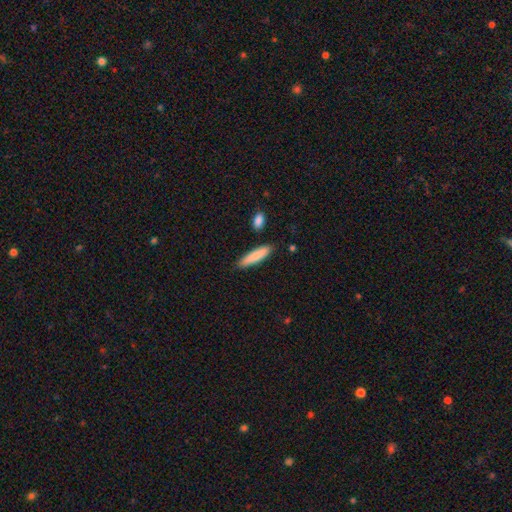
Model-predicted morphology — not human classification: Smooth or featured? smooth (83%)
How rounded? cigar-shaped (79%)
Merging? none (86%)